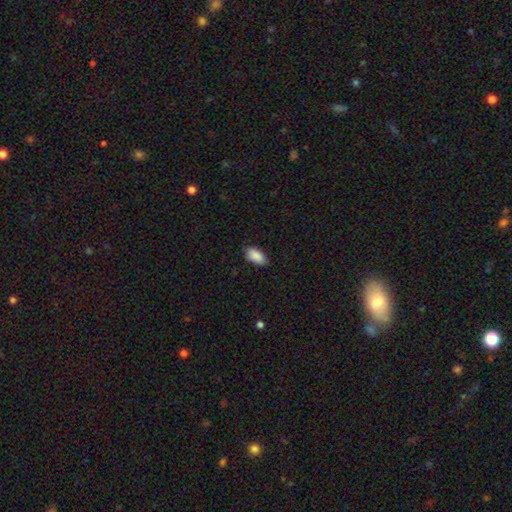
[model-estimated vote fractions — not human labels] A smooth galaxy with no disk features (89%) that is in between round and cigar-shaped (94%). Merging: none (84%).